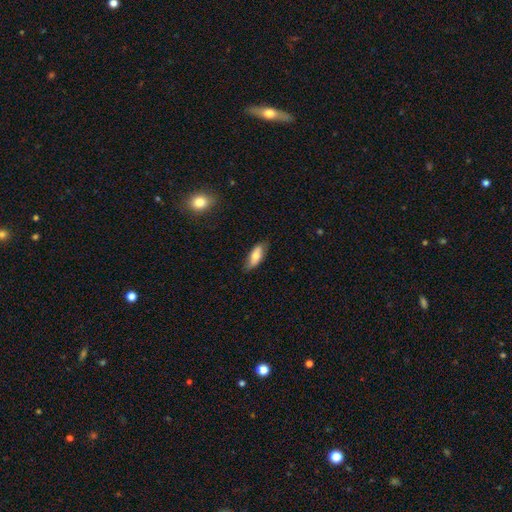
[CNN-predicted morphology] smooth-or-featured: smooth: 73% | featured or disk: 21% | star or artifact: 6%
  how-rounded: in between: 74% | cigar-shaped: 23% | round: 2%
  merging: none: 79% | minor disturbance: 17% | major disturbance: 3% | merger: 1%